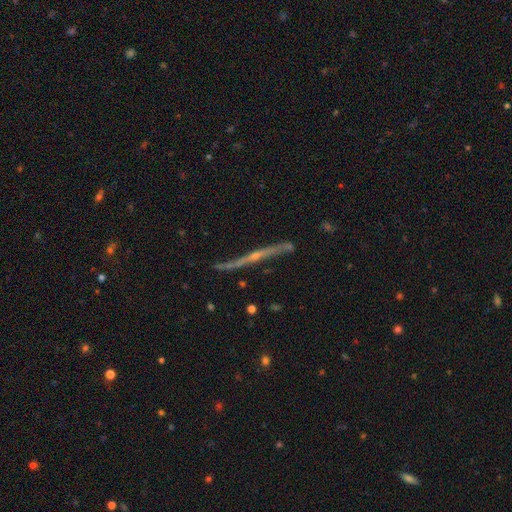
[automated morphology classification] This appears to be a featured or disk galaxy (81%) viewed edge-on (94%) with a rounded central bulge (69%). Merging: none (74%).